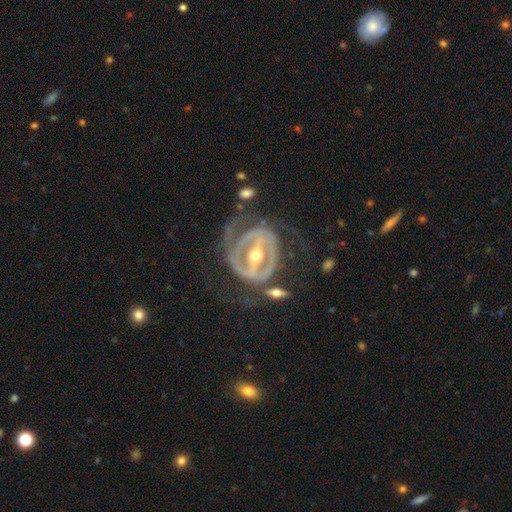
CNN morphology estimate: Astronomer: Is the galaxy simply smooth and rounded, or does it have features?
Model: featured or disk — 88%.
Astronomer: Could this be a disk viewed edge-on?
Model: no — 93%.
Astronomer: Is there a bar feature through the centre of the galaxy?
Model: strong — 74%.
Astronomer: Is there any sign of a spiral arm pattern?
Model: yes — 75%.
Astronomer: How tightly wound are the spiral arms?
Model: tight — 51% (runner-up: medium, 33%).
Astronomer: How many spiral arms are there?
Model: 2 — 60%.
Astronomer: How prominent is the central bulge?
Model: moderate — 62%.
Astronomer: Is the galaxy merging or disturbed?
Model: none — 50% (runner-up: major disturbance, 26%).